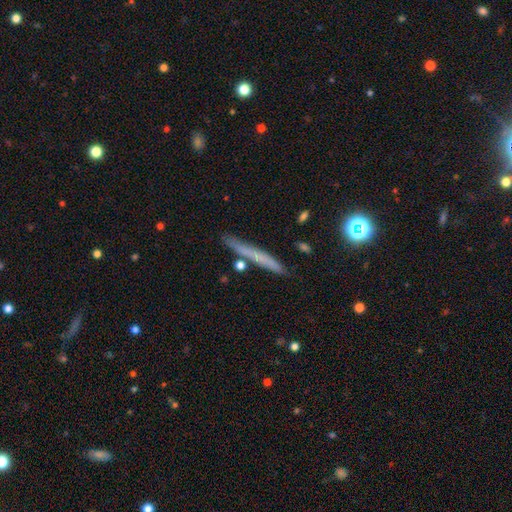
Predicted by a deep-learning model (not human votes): smooth_or_featured: smooth (p=0.49) [alt: featured or disk p=0.41]
merging: none (p=0.87) [alt: minor disturbance p=0.09]